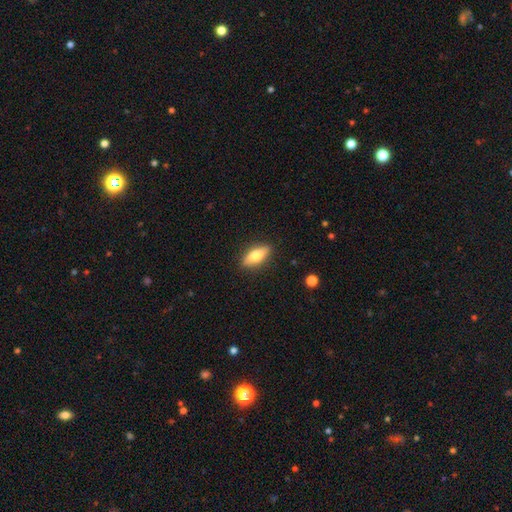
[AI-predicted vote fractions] smooth 67%, featured or disk 27%, star or artifact 6%. Down the decision tree: how rounded — in between (74%); merging — none (88%).